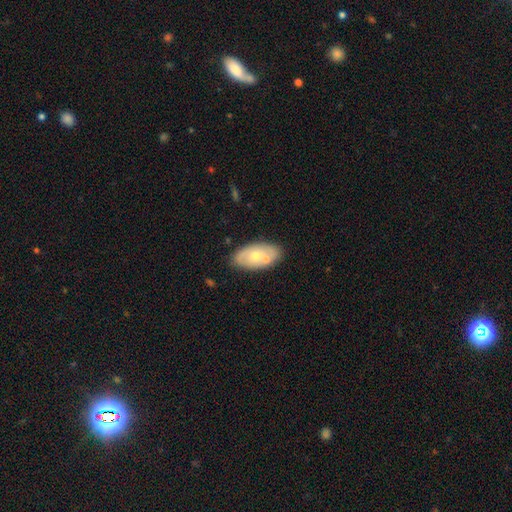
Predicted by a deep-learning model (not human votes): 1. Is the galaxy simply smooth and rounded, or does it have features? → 52% smooth, 42% featured or disk, 7% star or artifact.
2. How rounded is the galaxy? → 92% in between, 6% round, 3% cigar-shaped.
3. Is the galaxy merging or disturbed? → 67% none, 15% merger, 14% minor disturbance, 3% major disturbance.